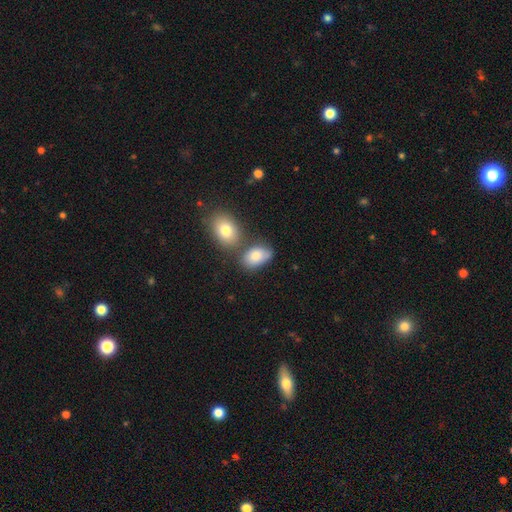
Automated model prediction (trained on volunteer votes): smooth-or-featured: smooth: 81% | featured or disk: 11% | star or artifact: 8%
  how-rounded: in between: 86% | round: 12% | cigar-shaped: 1%
  merging: none: 53% | merger: 24% | minor disturbance: 17% | major disturbance: 6%